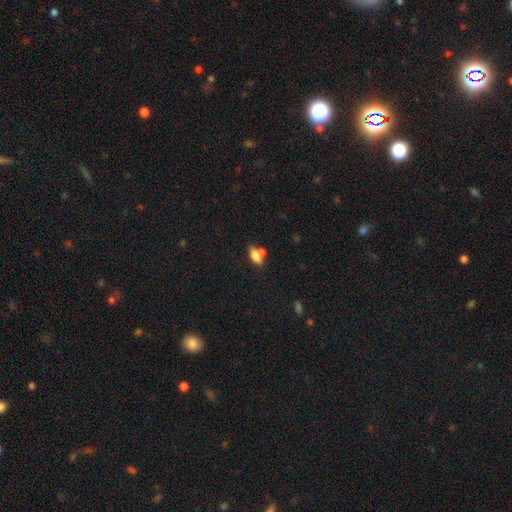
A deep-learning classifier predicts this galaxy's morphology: A smooth galaxy with no disk features (69%) that is in between round and cigar-shaped (76%). Merging: none (44%).